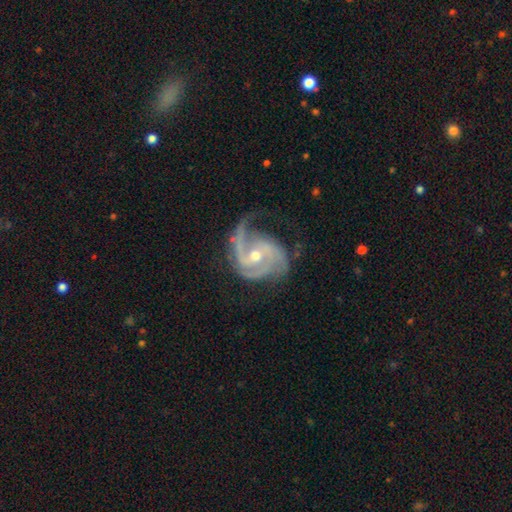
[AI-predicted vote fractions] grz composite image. It shows a featured or disk galaxy (92%) with no bar (49%), 2 (38%) medium (50%) spiral arms (98%) and a moderate central bulge (61%). Merging: none (55%).